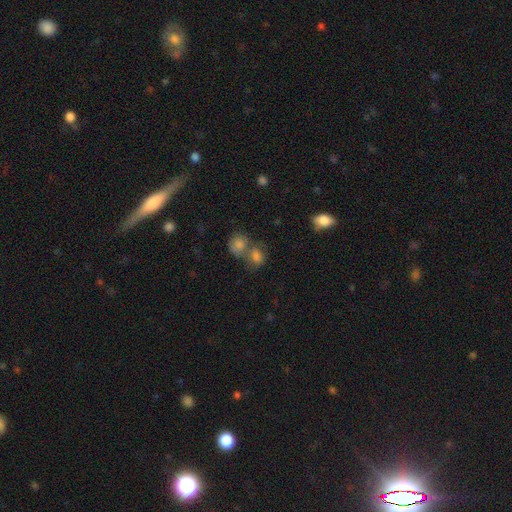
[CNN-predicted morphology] Smooth or featured?
  - smooth: 72% *
  - star or artifact: 16%
  - featured or disk: 12%
How rounded?
  - in between: 54% *
  - round: 44%
  - cigar-shaped: 2%
Merging?
  - merger: 49% *
  - none: 36%
  - minor disturbance: 10%
  - major disturbance: 5%